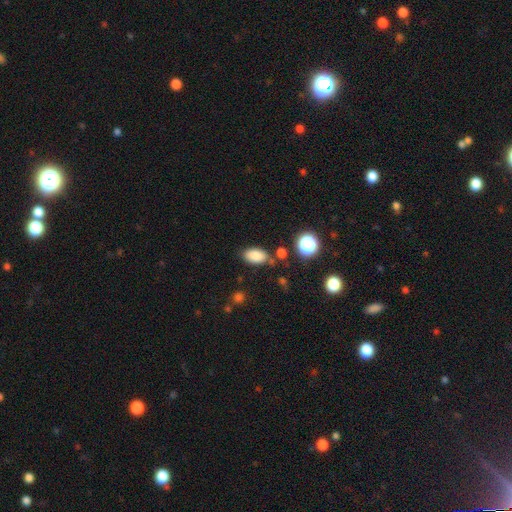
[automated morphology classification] A smooth galaxy with no disk features (83%) that is in between round and cigar-shaped (91%). Merging: none (77%).